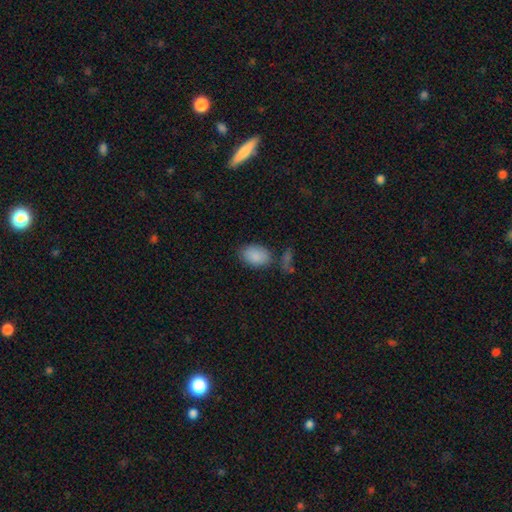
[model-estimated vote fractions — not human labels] A smooth galaxy with no disk features (88%) that is in between round and cigar-shaped (89%). Merging: none (70%).